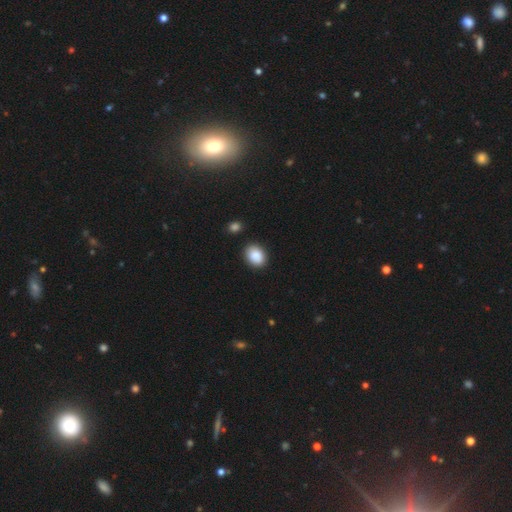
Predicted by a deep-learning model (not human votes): Morphology: type=smooth (89%); roundness=in between (61%); merging=none (85%).